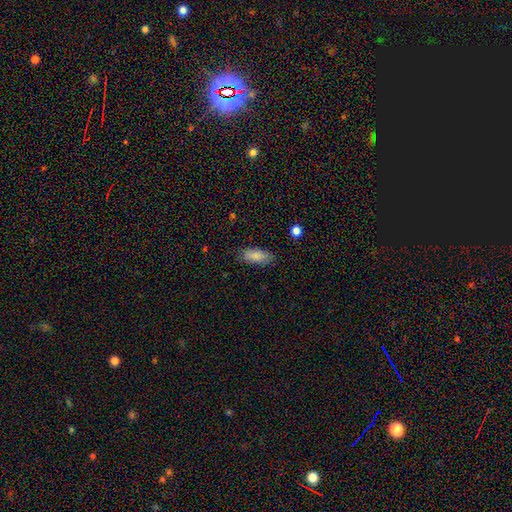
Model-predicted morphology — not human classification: Smooth or featured: smooth — 86% (featured or disk — 7%)
How rounded: in between — 79% (cigar-shaped — 19%)
Merging: none — 79% (minor disturbance — 16%)